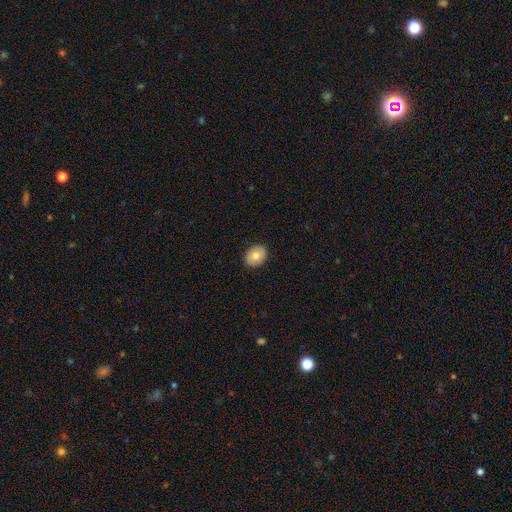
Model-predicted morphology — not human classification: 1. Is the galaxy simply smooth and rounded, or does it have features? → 74% smooth, 19% featured or disk, 7% star or artifact.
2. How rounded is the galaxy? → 57% in between, 42% round, 1% cigar-shaped.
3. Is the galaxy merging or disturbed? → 90% none, 7% minor disturbance, 2% major disturbance, 1% merger.